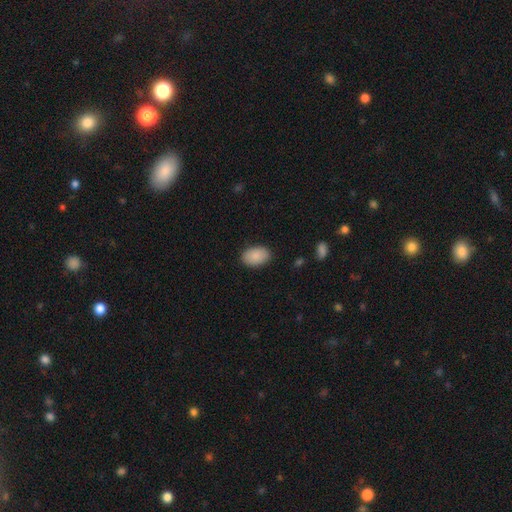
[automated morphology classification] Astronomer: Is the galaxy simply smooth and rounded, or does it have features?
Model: smooth — 89%.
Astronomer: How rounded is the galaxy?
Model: in between — 90%.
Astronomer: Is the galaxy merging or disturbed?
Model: none — 87%.